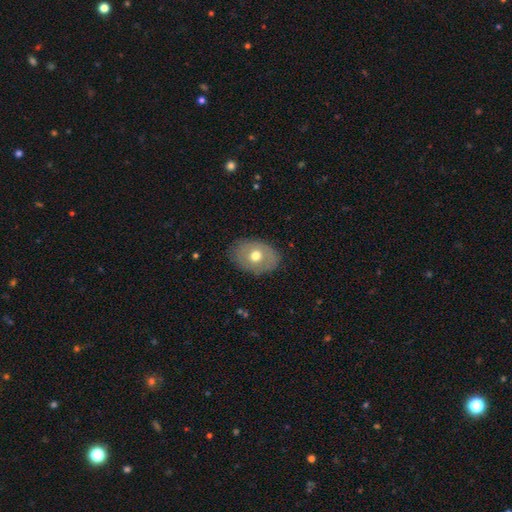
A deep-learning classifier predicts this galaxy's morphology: This is possibly a smooth galaxy (59%). How rounded: likely in between (72%). Merging: clearly none (81%).